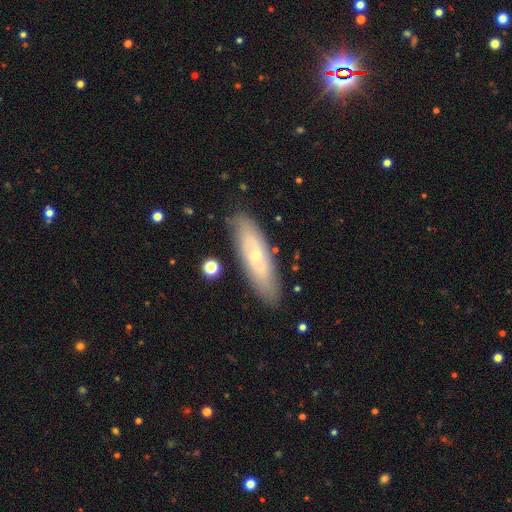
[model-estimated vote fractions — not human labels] This appears to be a featured or disk galaxy (52%). Merging: none (83%).